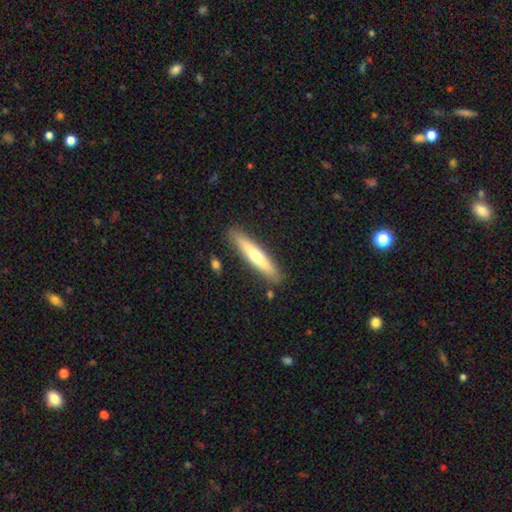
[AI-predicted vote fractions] Morphology: type=smooth (53%); roundness=cigar-shaped (89%); merging=none (88%).